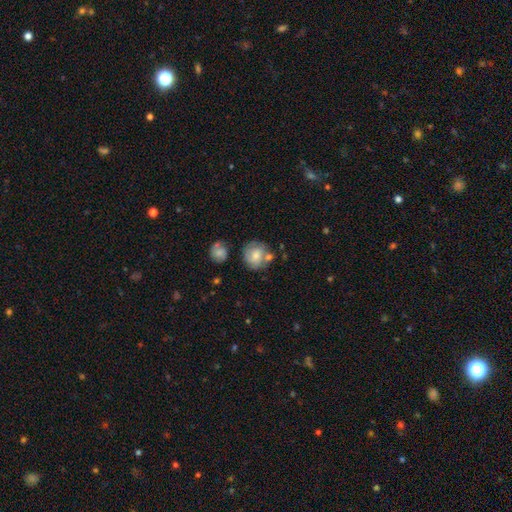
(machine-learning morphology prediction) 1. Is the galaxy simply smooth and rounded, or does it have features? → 56% smooth, 36% featured or disk, 8% star or artifact.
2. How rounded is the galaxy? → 81% round, 18% in between, 1% cigar-shaped.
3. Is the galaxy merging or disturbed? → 55% none, 20% minor disturbance, 18% merger, 7% major disturbance.